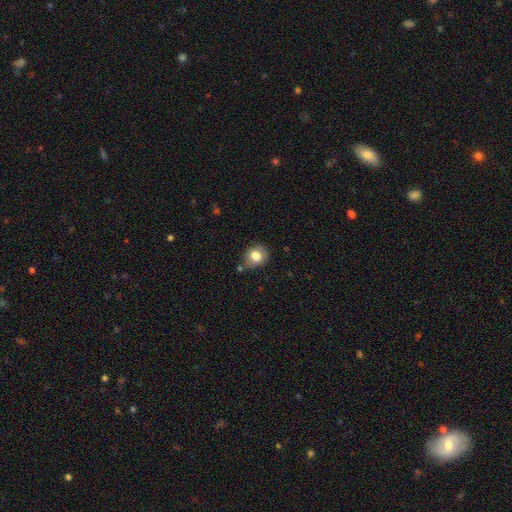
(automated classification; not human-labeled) Smooth or featured?
  - smooth: 81% *
  - featured or disk: 11%
  - star or artifact: 9%
How rounded?
  - round: 68% *
  - in between: 31%
  - cigar-shaped: 1%
Merging?
  - none: 69% *
  - minor disturbance: 21%
  - merger: 5%
  - major disturbance: 5%